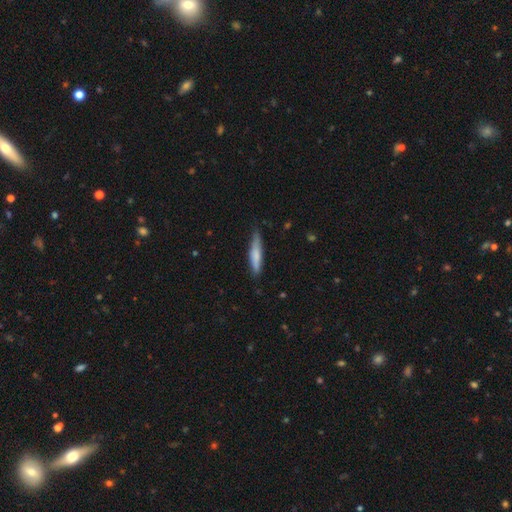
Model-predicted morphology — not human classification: This appears to be a smooth galaxy with no disk features (71%) that is cigar-shaped (88%). Merging: none (73%).